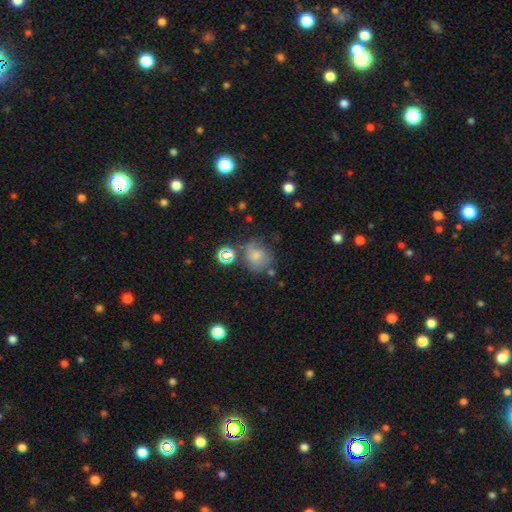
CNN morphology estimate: This appears to be a smooth galaxy with no disk features (61%) that is round (73%). Merging: none (52%).